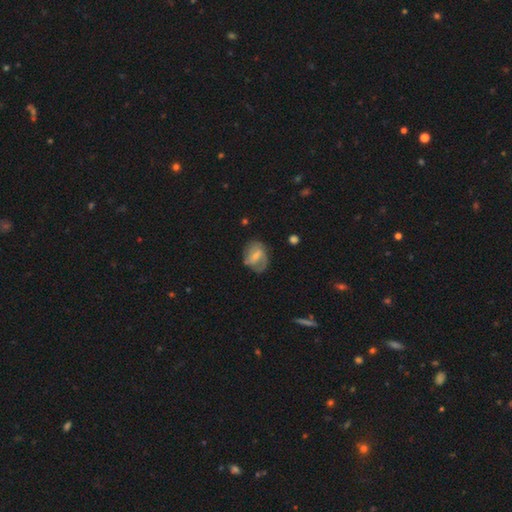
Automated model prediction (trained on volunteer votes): featured or disk 56%, smooth 37%, star or artifact 7%. Down the decision tree: edge-on disk — no (96%); bar — weak (50%); spiral arms — yes (75%); bulge size — small (41%); merging — none (58%).